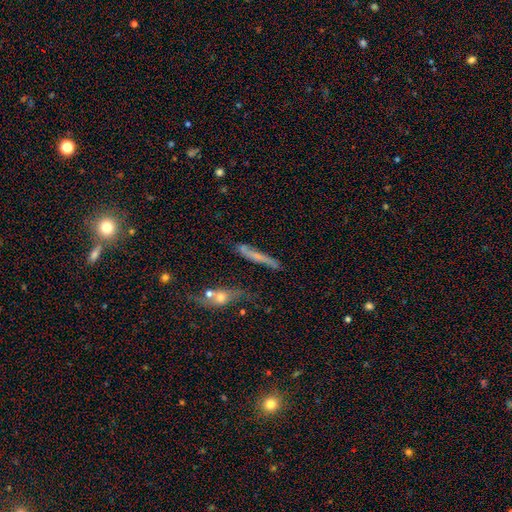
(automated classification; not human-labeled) A smooth galaxy with no disk features (45%). Merging: none (67%).